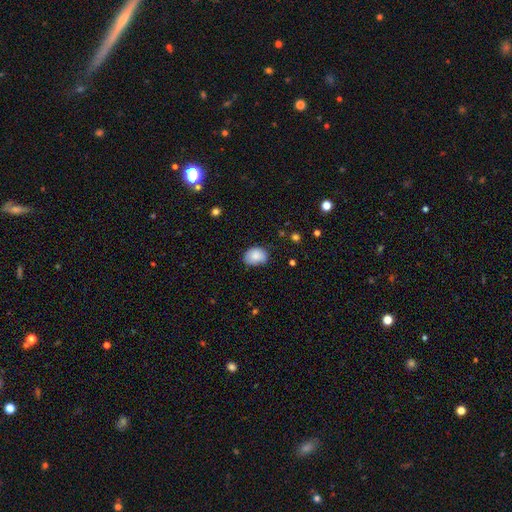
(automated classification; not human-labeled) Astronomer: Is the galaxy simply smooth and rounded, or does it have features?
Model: smooth — 85%.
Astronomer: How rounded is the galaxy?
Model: in between — 62%.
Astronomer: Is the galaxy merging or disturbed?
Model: none — 64%.